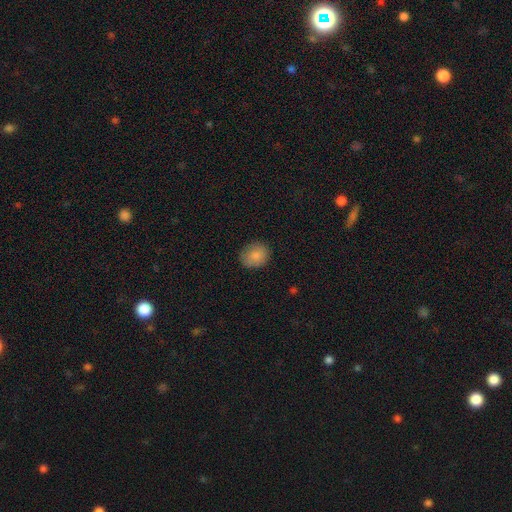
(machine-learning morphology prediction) A smooth galaxy with no disk features (85%) that is round (65%).

Vote fractions:
- Smooth or featured? smooth: 85% / star or artifact: 8% / featured or disk: 8%
- How rounded? round: 65% / in between: 34% / cigar-shaped: 1%
- Merging? none: 84% / minor disturbance: 12% / major disturbance: 3% / merger: 1%